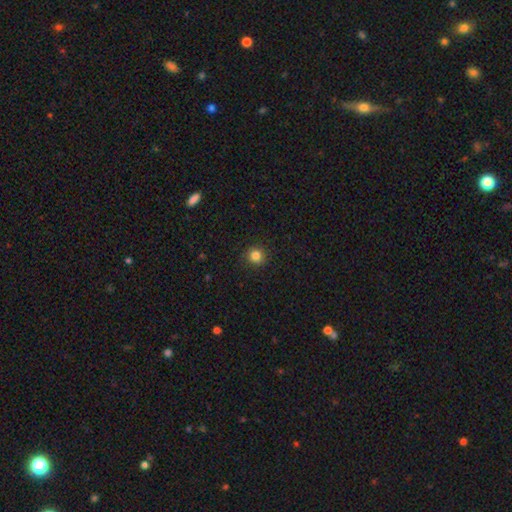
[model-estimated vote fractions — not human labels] Smooth or featured?
  - smooth: 83% *
  - star or artifact: 12%
  - featured or disk: 5%
How rounded?
  - round: 92% *
  - in between: 7%
  - cigar-shaped: 1%
Merging?
  - none: 90% *
  - minor disturbance: 7%
  - major disturbance: 2%
  - merger: 1%